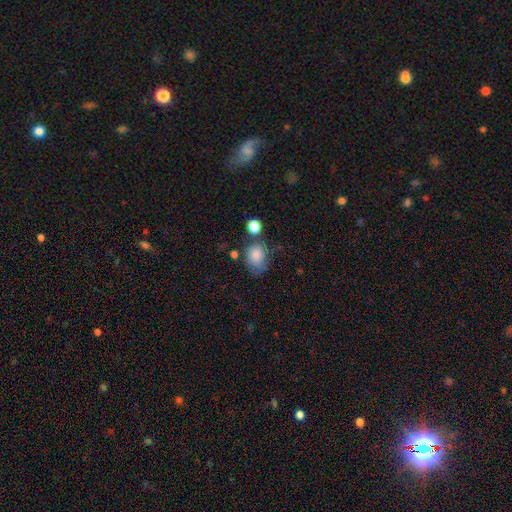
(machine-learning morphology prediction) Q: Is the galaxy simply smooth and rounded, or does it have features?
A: smooth — 79%.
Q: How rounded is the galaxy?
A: in between — 53%.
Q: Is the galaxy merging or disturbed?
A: none — 47%.